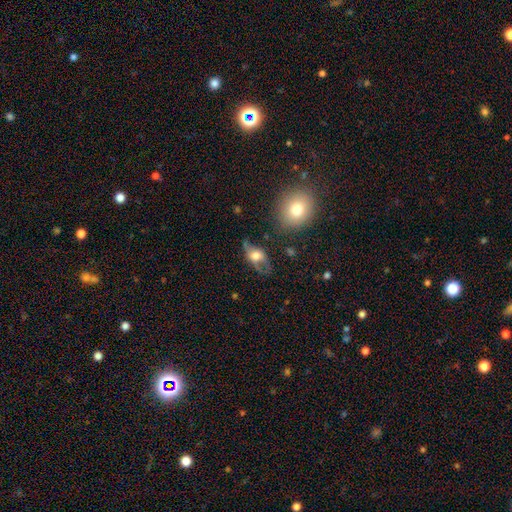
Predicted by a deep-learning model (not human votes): A featured or disk galaxy (47%).

Vote fractions:
- Smooth or featured? featured or disk: 47% / smooth: 44% / star or artifact: 9%
- Merging? none: 47% / minor disturbance: 27% / major disturbance: 22% / merger: 4%